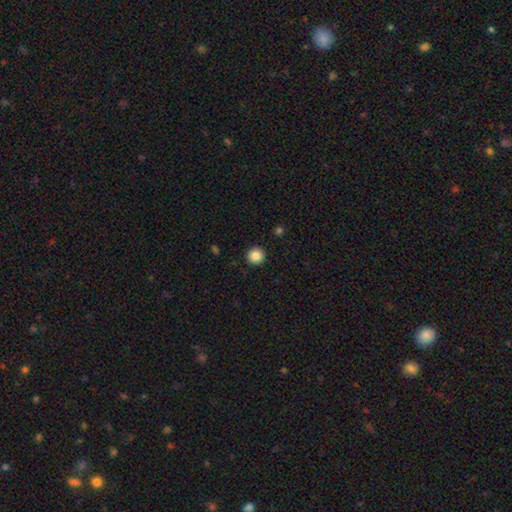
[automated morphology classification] This is clearly a smooth galaxy (86%). How rounded: clearly round (95%). Merging: clearly none (93%).